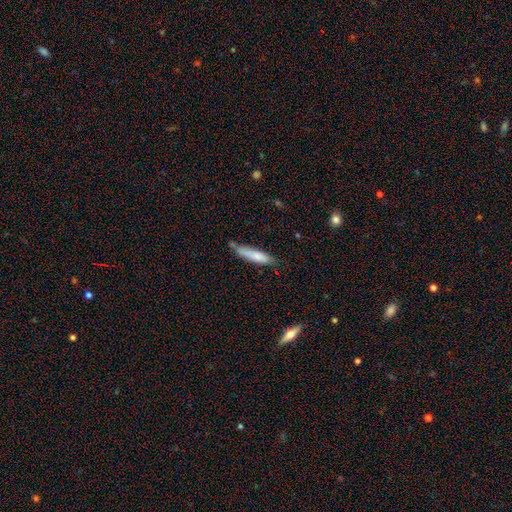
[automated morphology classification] smooth-or-featured: smooth: 77% | featured or disk: 17% | star or artifact: 6%
  how-rounded: cigar-shaped: 84% | in between: 15% | round: 1%
  merging: none: 66% | minor disturbance: 23% | merger: 6% | major disturbance: 5%